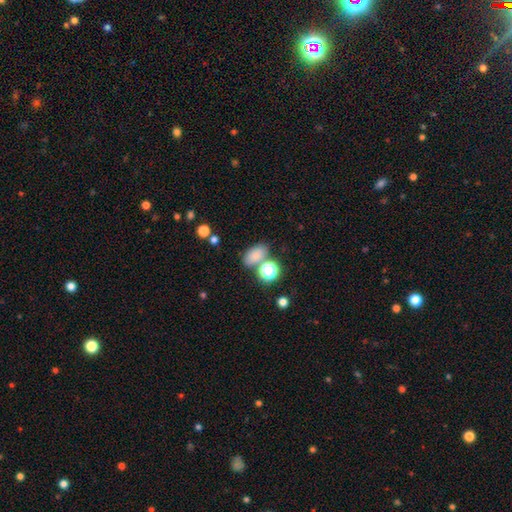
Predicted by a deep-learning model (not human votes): Overall: smooth (78%). How rounded: in between (83%). Merging: none (64%).